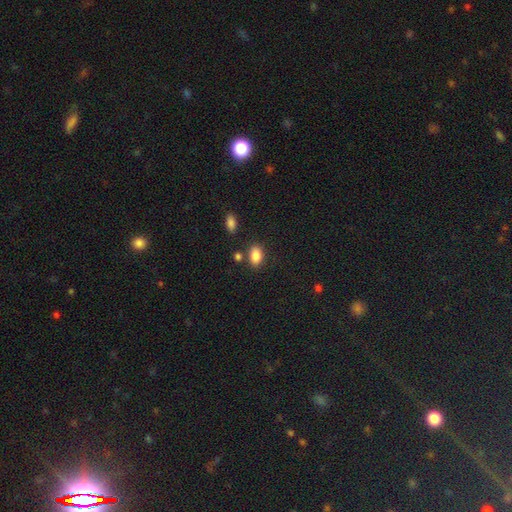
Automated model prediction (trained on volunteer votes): Smooth or featured? Predicted: smooth (p=0.87). How rounded? Predicted: in between (p=0.86). Merging? Predicted: none (p=0.75).